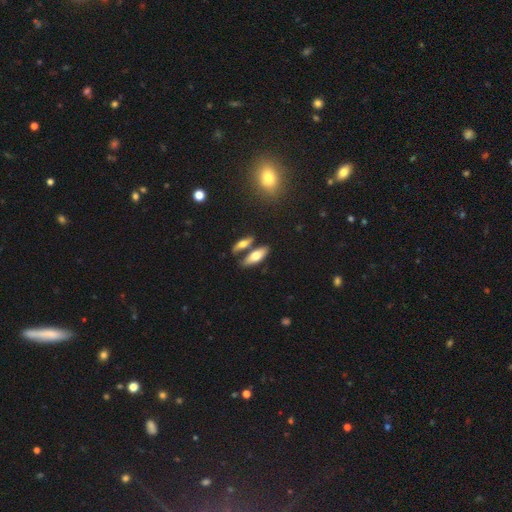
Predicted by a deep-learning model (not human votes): smooth 66%, featured or disk 27%, star or artifact 7%. Down the decision tree: how rounded — in between (67%); merging — none (61%).